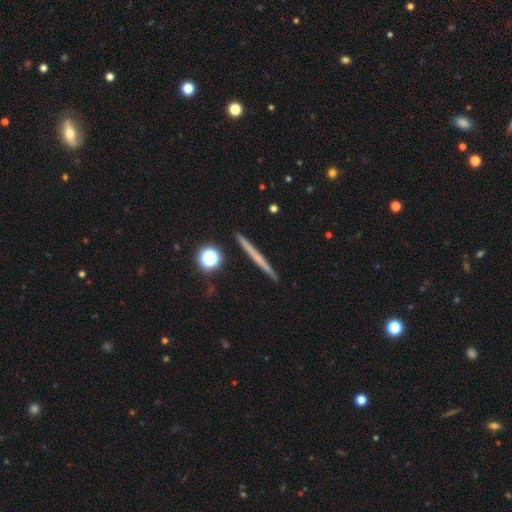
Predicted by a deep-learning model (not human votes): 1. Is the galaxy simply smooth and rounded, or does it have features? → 50% featured or disk, 42% smooth, 7% star or artifact.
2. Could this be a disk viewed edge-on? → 97% yes, 3% no.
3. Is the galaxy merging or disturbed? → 92% none, 5% minor disturbance, 2% merger, 1% major disturbance.